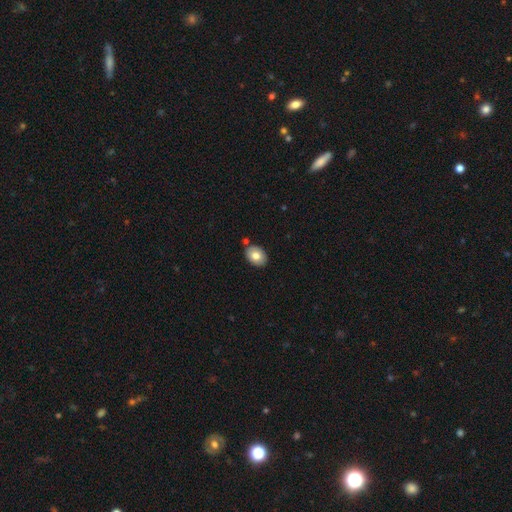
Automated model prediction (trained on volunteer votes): The model was most divided on "how rounded": in between: 78%, round: 21%, cigar-shaped: 1%. More confident: merging — none (82%); smooth or featured — smooth (80%).